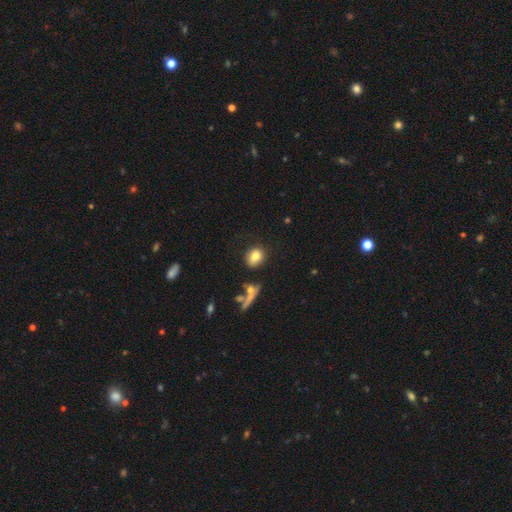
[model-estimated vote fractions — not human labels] Morphology: type=smooth (79%); roundness=round (57%); merging=none (70%).